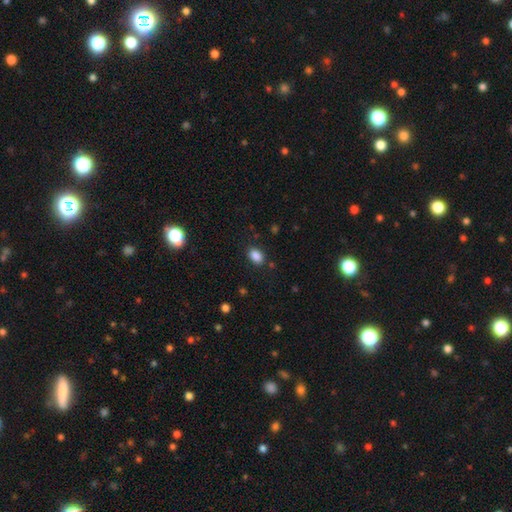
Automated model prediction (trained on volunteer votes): This is clearly a smooth galaxy (87%). How rounded: clearly in between (83%). Merging: clearly none (85%).